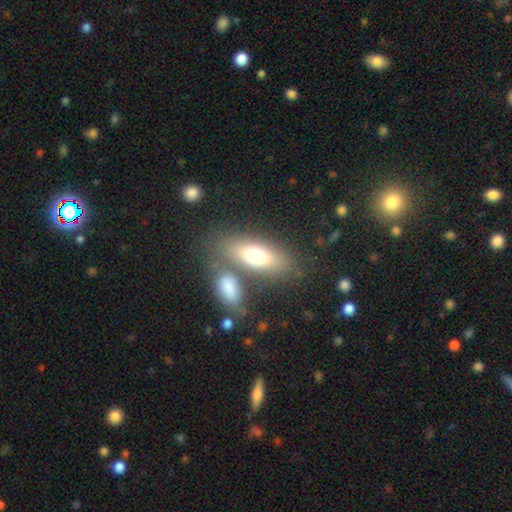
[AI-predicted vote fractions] Overall: smooth (69%). How rounded: in between (72%). Merging: none (61%; merger 23%).